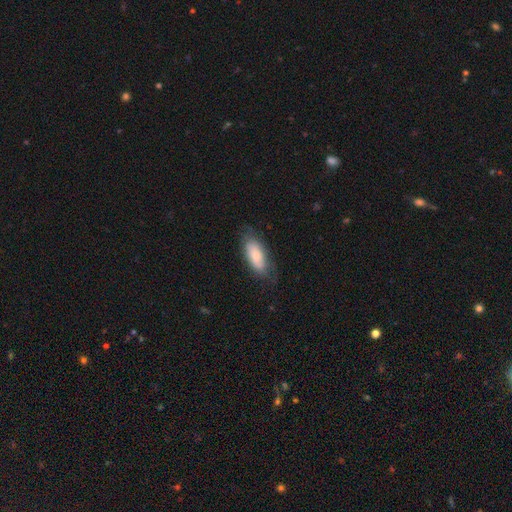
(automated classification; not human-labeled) A smooth galaxy with no disk features (72%) that is in between round and cigar-shaped (83%).

Vote fractions:
- Smooth or featured? smooth: 72% / featured or disk: 21% / star or artifact: 6%
- How rounded? in between: 83% / cigar-shaped: 15% / round: 2%
- Merging? none: 69% / minor disturbance: 22% / major disturbance: 7% / merger: 1%